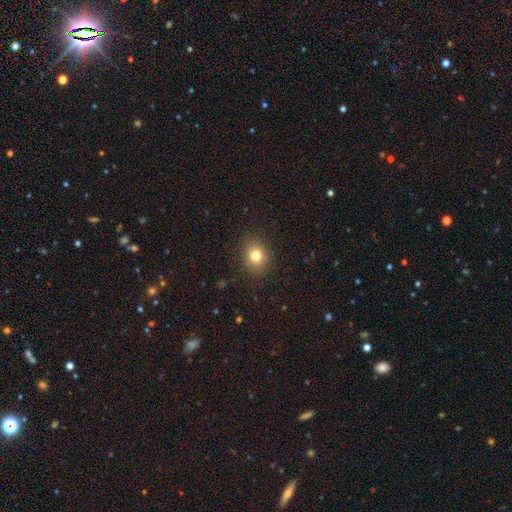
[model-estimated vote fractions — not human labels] smooth_or_featured: smooth (p=0.79) [alt: star or artifact p=0.12]
how_rounded: round (p=0.62) [alt: in between p=0.37]
merging: none (p=0.87) [alt: minor disturbance p=0.09]